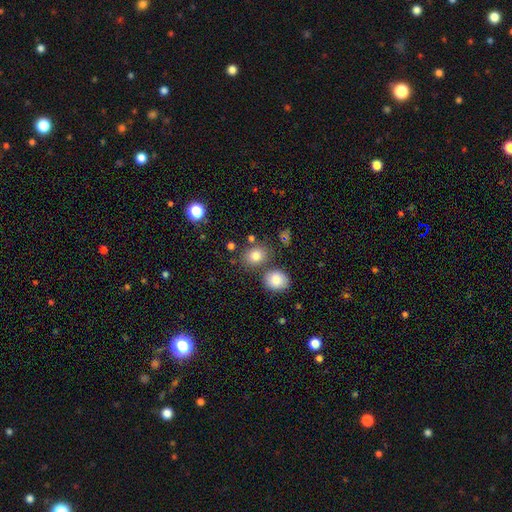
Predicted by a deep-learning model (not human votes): This appears to be a smooth galaxy with no disk features (80%) that is round (57%). Merging: none (70%).